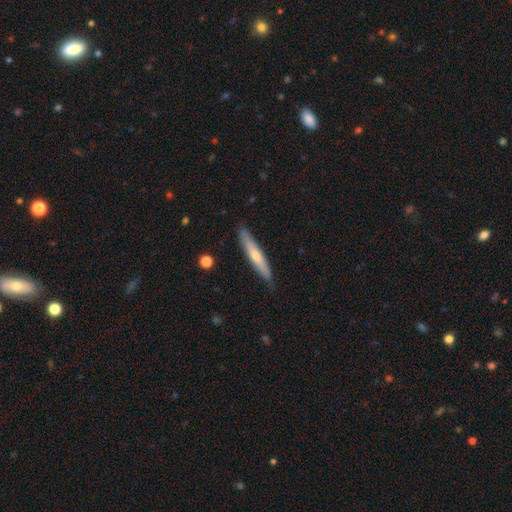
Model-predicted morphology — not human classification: smooth 52%, featured or disk 42%, star or artifact 6%. Down the decision tree: how rounded — cigar-shaped (92%); merging — none (86%).